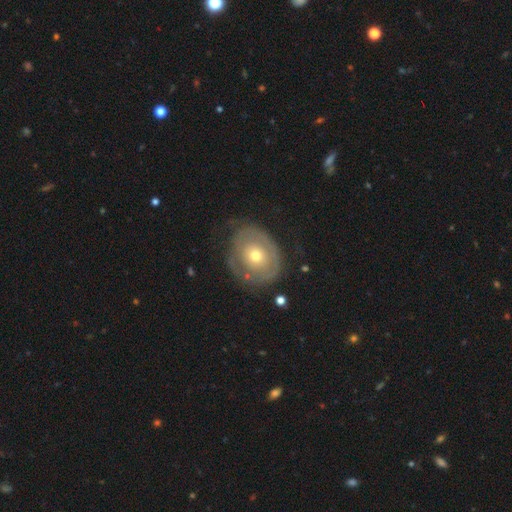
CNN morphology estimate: featured or disk 54%, smooth 40%, star or artifact 6%. Down the decision tree: edge-on disk — no (95%); bar — no (90%); spiral arms — no (65%); bulge size — moderate (59%); merging — none (62%).